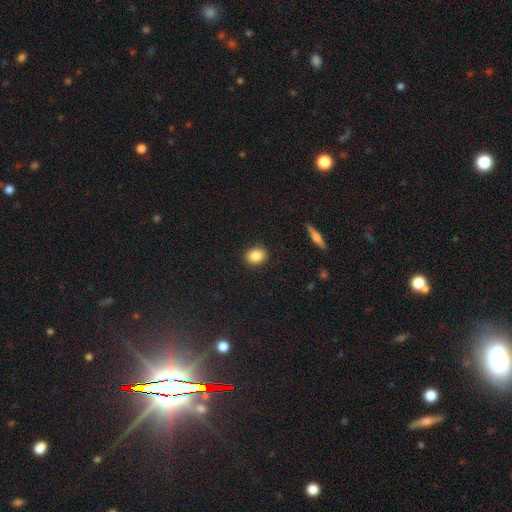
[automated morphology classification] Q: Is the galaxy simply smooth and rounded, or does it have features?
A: smooth — 87%.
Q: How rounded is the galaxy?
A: in between — 59%.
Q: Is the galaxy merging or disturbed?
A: none — 89%.